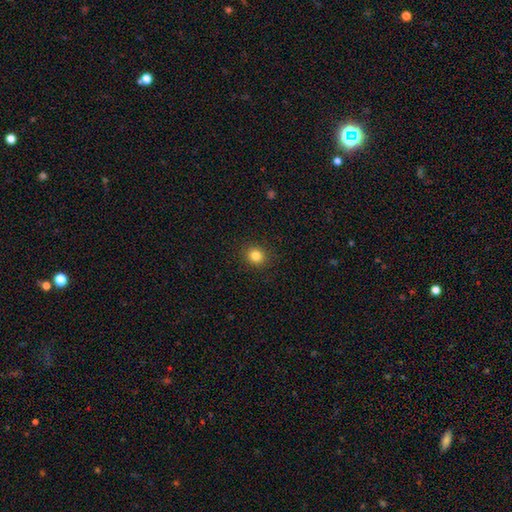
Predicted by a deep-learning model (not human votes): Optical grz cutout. It shows a smooth galaxy with no disk features (83%) that is round (84%). Merging: none (90%).